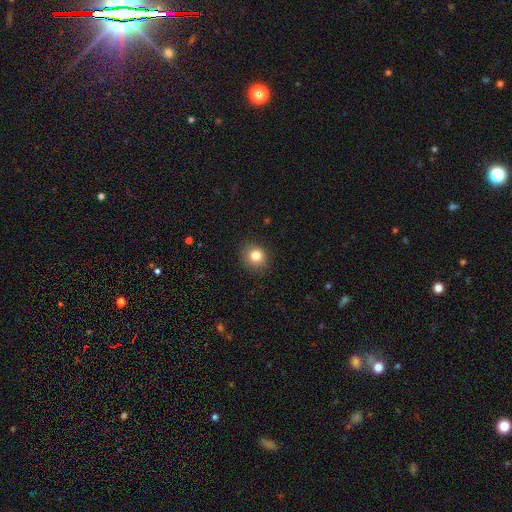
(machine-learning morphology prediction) Q: Smooth or featured?
A: smooth (83%); runner-up: star or artifact (10%)
Q: How rounded?
A: round (75%); runner-up: in between (25%)
Q: Merging?
A: none (86%); runner-up: minor disturbance (11%)